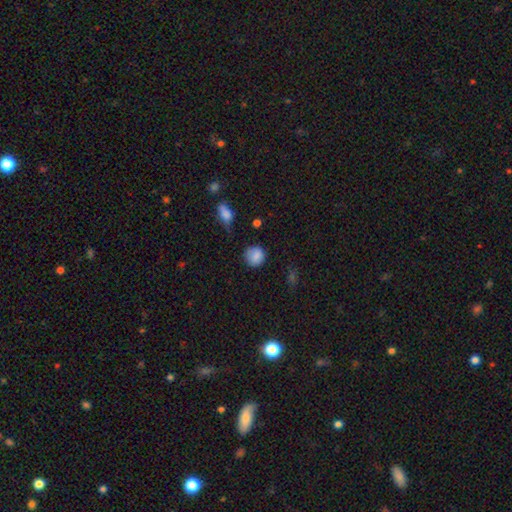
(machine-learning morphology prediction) The model was most divided on "merging": none: 76%, minor disturbance: 18%, major disturbance: 4%, merger: 2%. More confident: how rounded — round (89%); smooth or featured — smooth (85%).